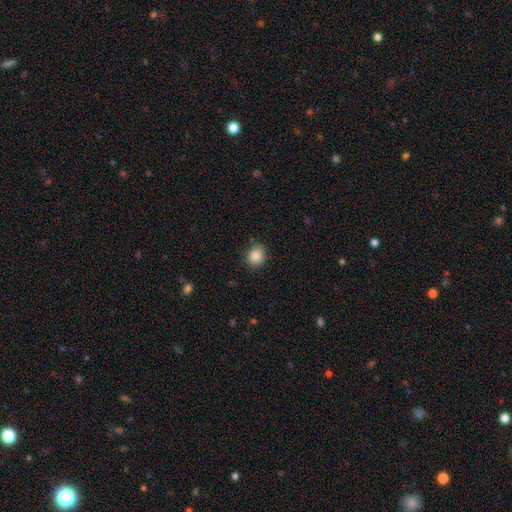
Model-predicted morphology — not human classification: This is clearly a smooth galaxy (87%). How rounded: likely round (72%). Merging: clearly none (84%).